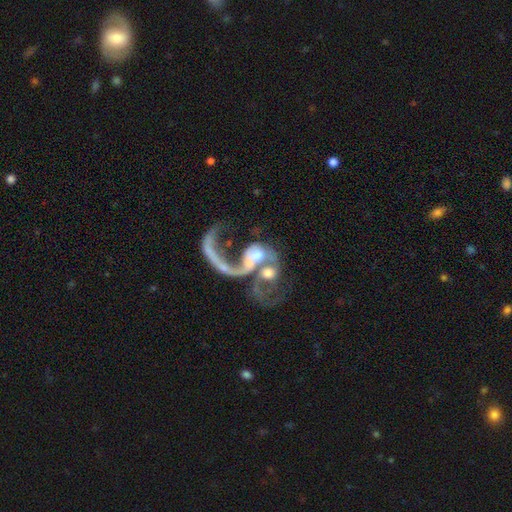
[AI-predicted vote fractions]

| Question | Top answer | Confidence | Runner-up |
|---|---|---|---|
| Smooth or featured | featured or disk | 72% | smooth (19%) |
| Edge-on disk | no | 96% | yes (4%) |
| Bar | no | 68% | weak (22%) |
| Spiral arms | yes | 68% | no (32%) |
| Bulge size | moderate | 42% | small (23%) |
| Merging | merger | 68% | major disturbance (20%) |